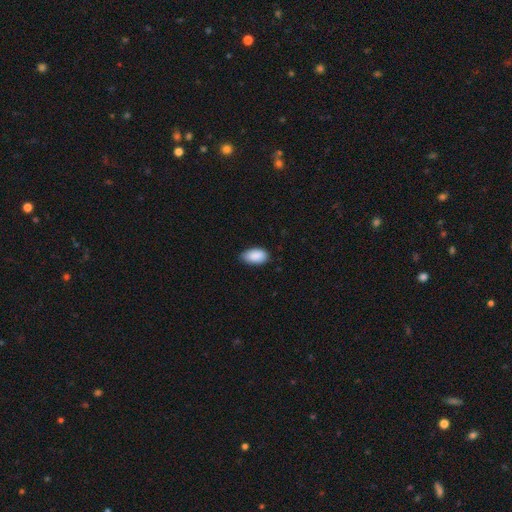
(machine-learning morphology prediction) smooth-or-featured: smooth: 90% | star or artifact: 6% | featured or disk: 4%
  how-rounded: in between: 95% | round: 3% | cigar-shaped: 2%
  merging: none: 77% | minor disturbance: 20% | major disturbance: 2% | merger: 1%